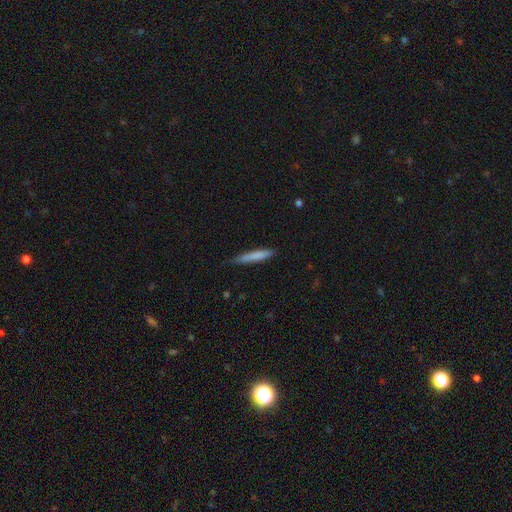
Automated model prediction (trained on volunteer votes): This appears to be a smooth galaxy with no disk features (77%) that is cigar-shaped (93%). Merging: none (73%).